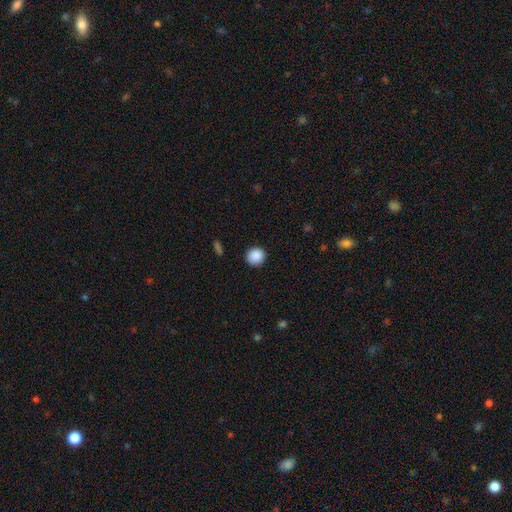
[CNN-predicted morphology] Smooth or featured: smooth — 89% (star or artifact — 8%)
How rounded: round — 92% (in between — 7%)
Merging: none — 91% (minor disturbance — 6%)